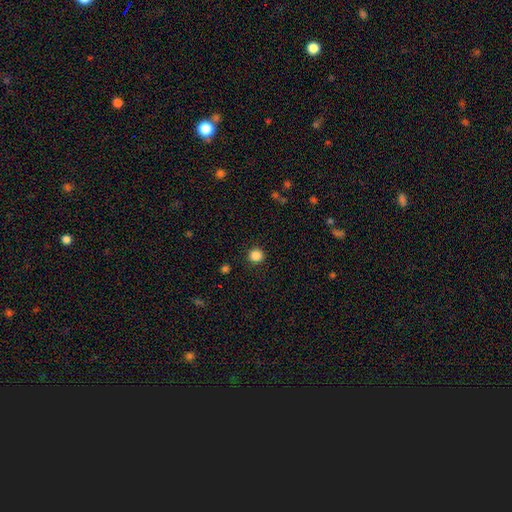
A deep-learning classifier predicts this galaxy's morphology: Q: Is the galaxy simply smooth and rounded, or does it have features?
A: smooth — 86%.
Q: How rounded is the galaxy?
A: round — 93%.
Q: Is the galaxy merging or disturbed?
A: none — 91%.